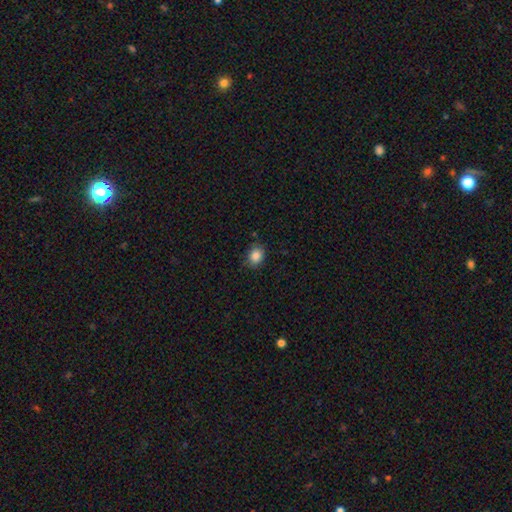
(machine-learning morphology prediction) A smooth galaxy with no disk features (86%) that is round (51%). Merging: none (79%).